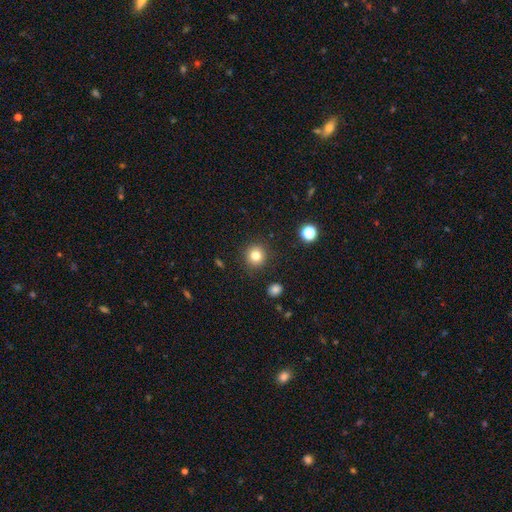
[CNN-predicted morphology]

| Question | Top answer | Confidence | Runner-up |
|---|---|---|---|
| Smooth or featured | smooth | 81% | star or artifact (12%) |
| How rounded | round | 91% | in between (8%) |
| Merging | none | 89% | minor disturbance (7%) |